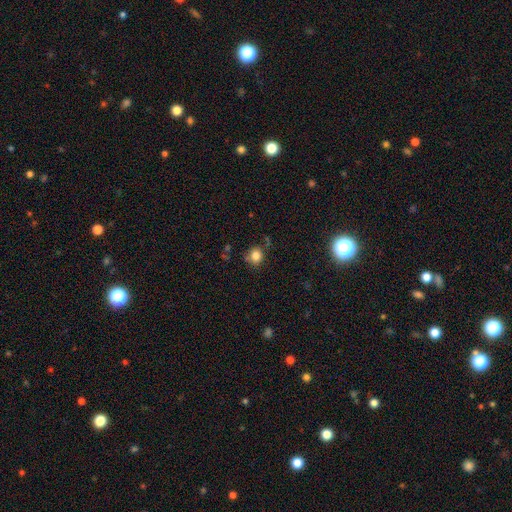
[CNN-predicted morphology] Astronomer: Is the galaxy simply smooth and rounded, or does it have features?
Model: smooth — 82%.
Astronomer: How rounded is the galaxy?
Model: round — 85%.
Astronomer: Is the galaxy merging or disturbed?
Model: none — 76%.